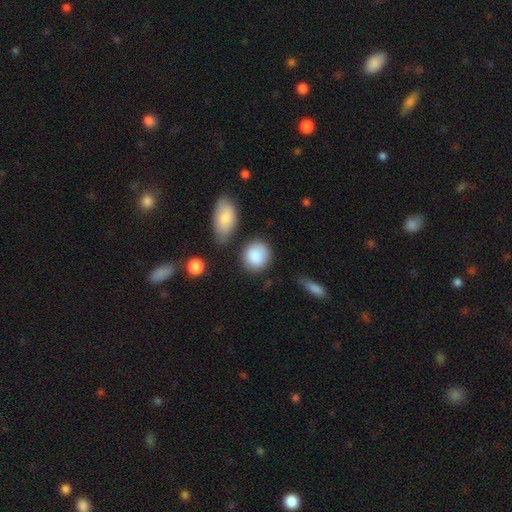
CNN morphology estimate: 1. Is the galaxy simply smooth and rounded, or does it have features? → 88% smooth, 6% star or artifact, 6% featured or disk.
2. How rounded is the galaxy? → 73% round, 25% in between, 2% cigar-shaped.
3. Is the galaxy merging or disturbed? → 72% none, 16% minor disturbance, 8% merger, 5% major disturbance.